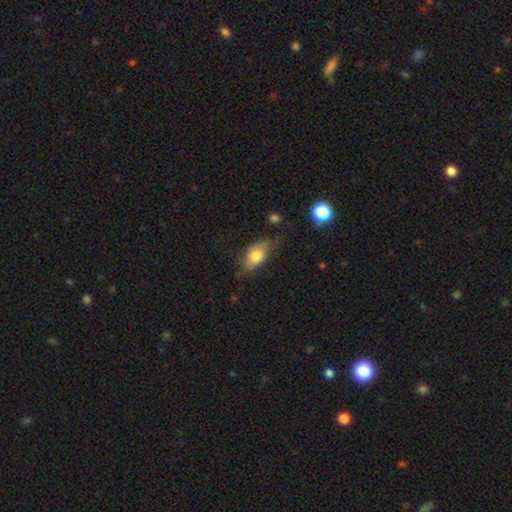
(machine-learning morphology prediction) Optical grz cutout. It shows a smooth galaxy with no disk features (72%) that is in between round and cigar-shaped (85%). Merging: none (64%).